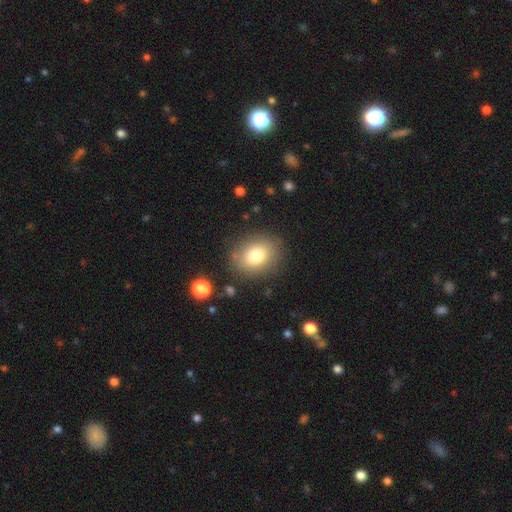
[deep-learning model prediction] Q: Smooth or featured?
A: smooth (79%); runner-up: featured or disk (11%)
Q: How rounded?
A: in between (51%); runner-up: round (48%)
Q: Merging?
A: none (82%); runner-up: minor disturbance (11%)